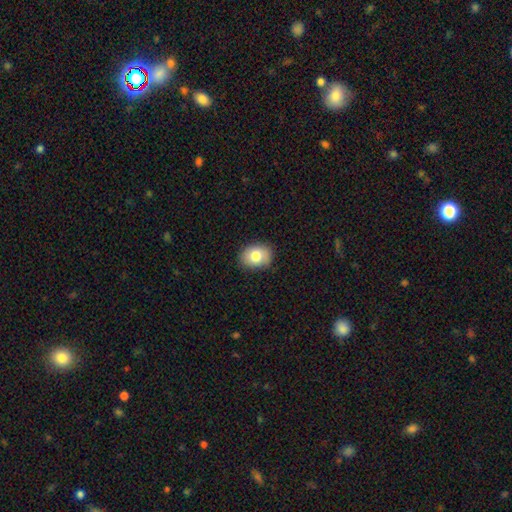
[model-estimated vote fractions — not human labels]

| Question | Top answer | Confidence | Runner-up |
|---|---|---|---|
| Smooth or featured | smooth | 80% | featured or disk (12%) |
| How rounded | in between | 64% | round (35%) |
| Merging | none | 84% | minor disturbance (13%) |